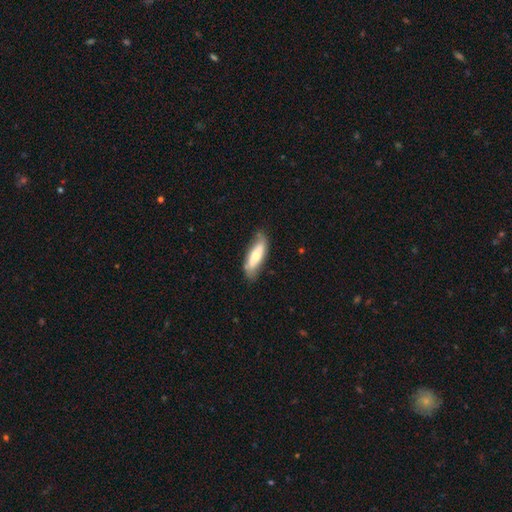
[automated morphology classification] The model was most divided on "smooth or featured": smooth: 56%, featured or disk: 39%, star or artifact: 6%. More confident: merging — none (71%); how rounded — in between (59%).